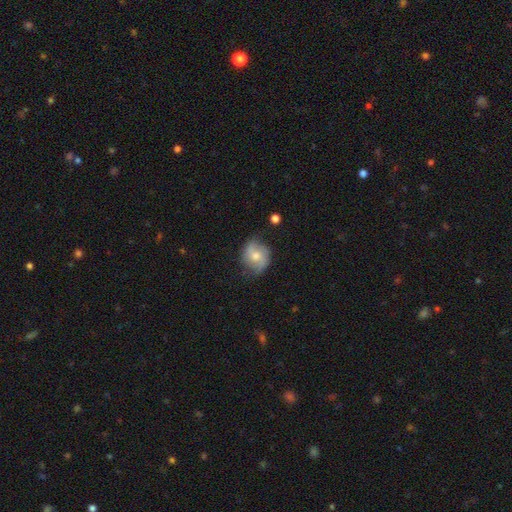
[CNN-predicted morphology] Smooth or featured? featured or disk (50%)
Merging? none (68%)